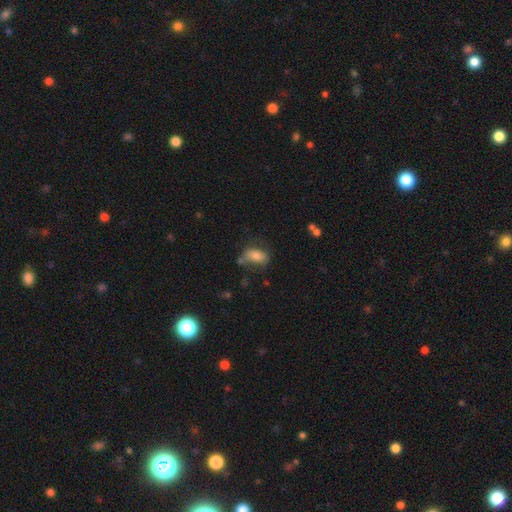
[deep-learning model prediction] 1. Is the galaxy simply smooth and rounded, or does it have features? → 71% smooth, 19% featured or disk, 9% star or artifact.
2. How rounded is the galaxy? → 87% in between, 9% round, 4% cigar-shaped.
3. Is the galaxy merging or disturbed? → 46% none, 27% minor disturbance, 17% major disturbance, 10% merger.